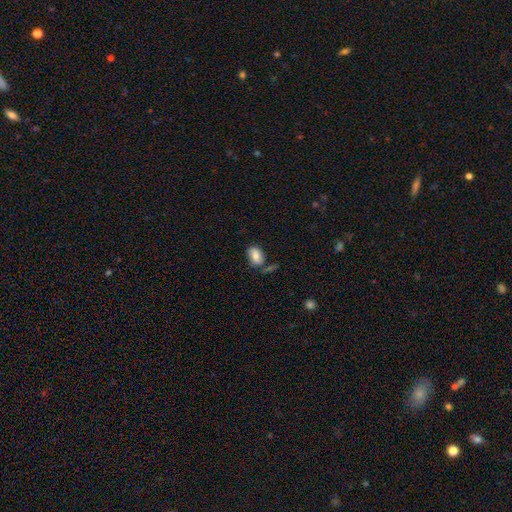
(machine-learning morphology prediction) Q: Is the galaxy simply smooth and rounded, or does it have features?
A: smooth — 76%.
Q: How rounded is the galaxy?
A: in between — 85%.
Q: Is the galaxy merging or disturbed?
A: none — 55%.